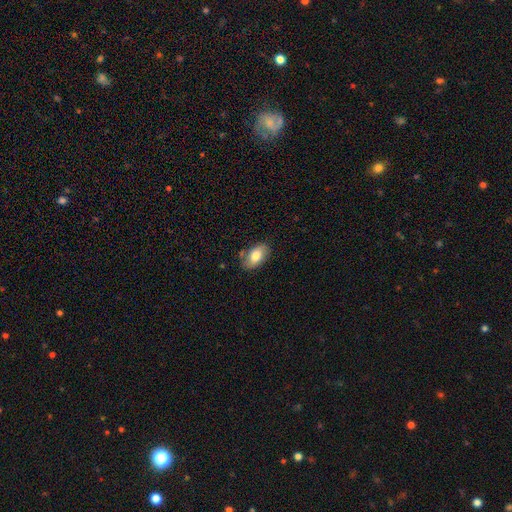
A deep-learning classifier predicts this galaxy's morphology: smooth 76%, featured or disk 17%, star or artifact 7%. Down the decision tree: how rounded — in between (93%); merging — none (76%).